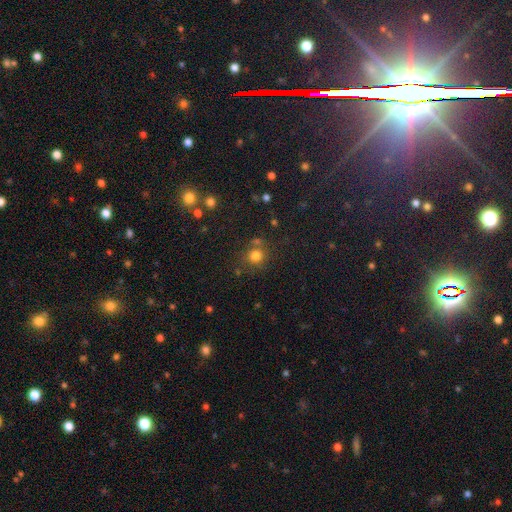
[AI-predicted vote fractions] smooth_or_featured: smooth (p=0.78) [alt: star or artifact p=0.16]
how_rounded: round (p=0.86) [alt: in between p=0.13]
merging: none (p=0.71) [alt: minor disturbance p=0.12]